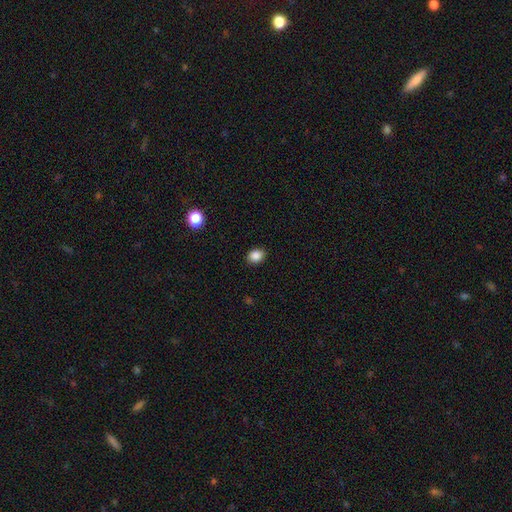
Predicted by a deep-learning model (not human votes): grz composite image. It shows a smooth galaxy with no disk features (87%) that is in between round and cigar-shaped (58%). Merging: none (89%).